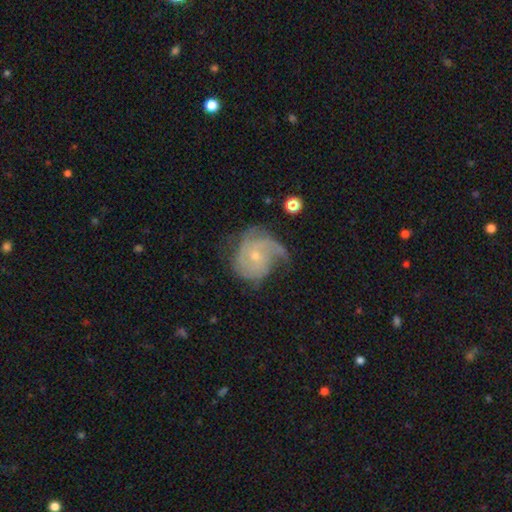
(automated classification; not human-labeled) Smooth or featured? featured or disk (81%)
Edge-on disk? no (98%)
Bar? no (75%)
Spiral arms? yes (94%)
Spiral winding? tight (43%)
Spiral arm count? 3 (31%)
Bulge size? small (69%)
Merging? none (49%)